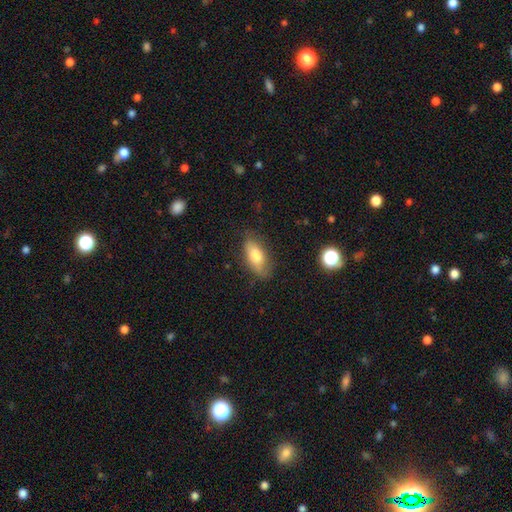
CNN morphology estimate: smooth_or_featured: smooth (p=0.73) [alt: featured or disk p=0.20]
how_rounded: in between (p=0.83) [alt: cigar-shaped p=0.13]
merging: none (p=0.73) [alt: minor disturbance p=0.21]